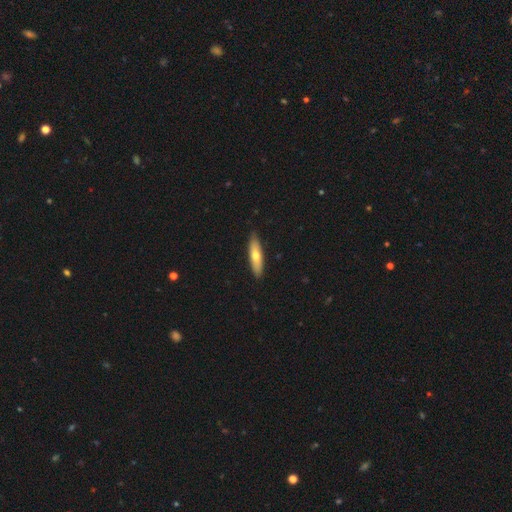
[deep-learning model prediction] smooth-or-featured: smooth: 63% | featured or disk: 31% | star or artifact: 5%
  how-rounded: cigar-shaped: 65% | in between: 34% | round: 2%
  merging: none: 88% | minor disturbance: 9% | major disturbance: 2% | merger: 1%